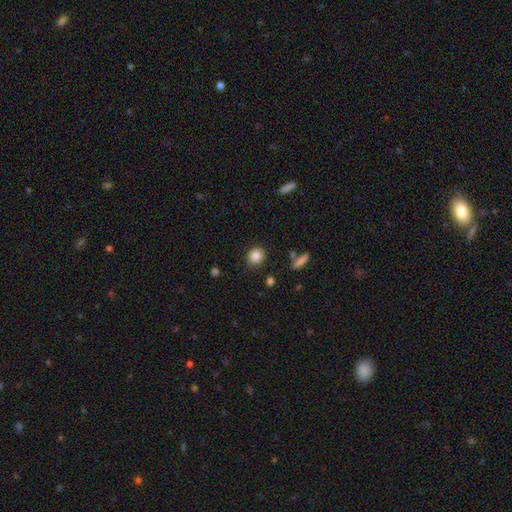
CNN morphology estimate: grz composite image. It shows a smooth galaxy with no disk features (85%) that is round (80%). Merging: none (87%).